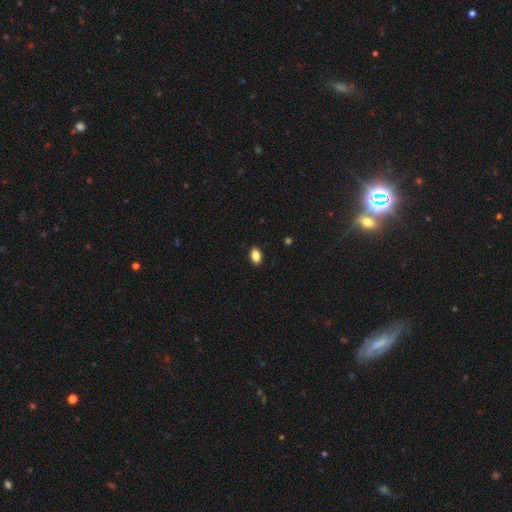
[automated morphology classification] smooth_or_featured: smooth (p=0.85) [alt: star or artifact p=0.09]
how_rounded: in between (p=0.85) [alt: round p=0.13]
merging: none (p=0.90) [alt: minor disturbance p=0.08]